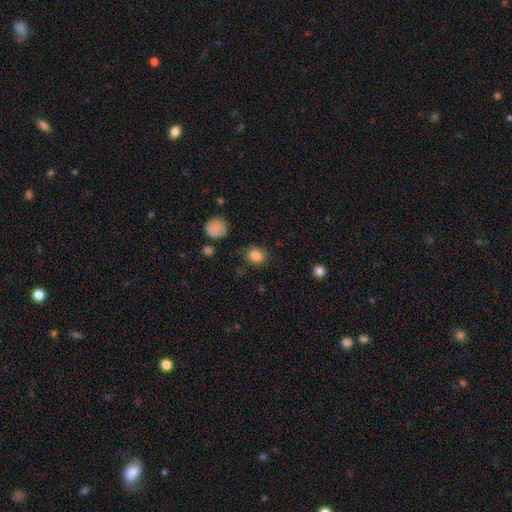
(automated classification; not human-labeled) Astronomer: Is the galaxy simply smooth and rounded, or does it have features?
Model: smooth — 84%.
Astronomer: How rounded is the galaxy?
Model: round — 54% (runner-up: in between, 45%).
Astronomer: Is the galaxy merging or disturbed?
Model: none — 82%.